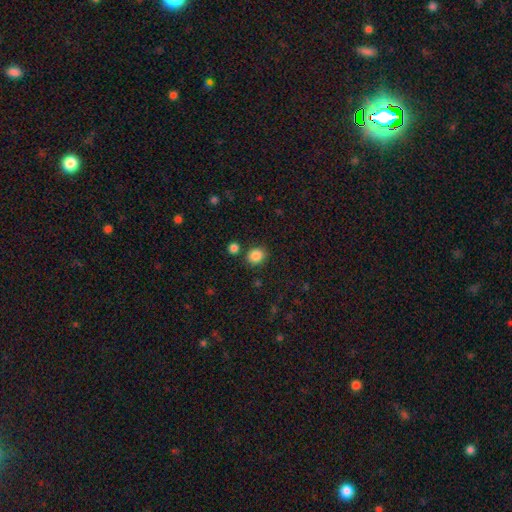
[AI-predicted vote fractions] Smooth or featured? smooth (86%)
How rounded? round (72%)
Merging? none (82%)